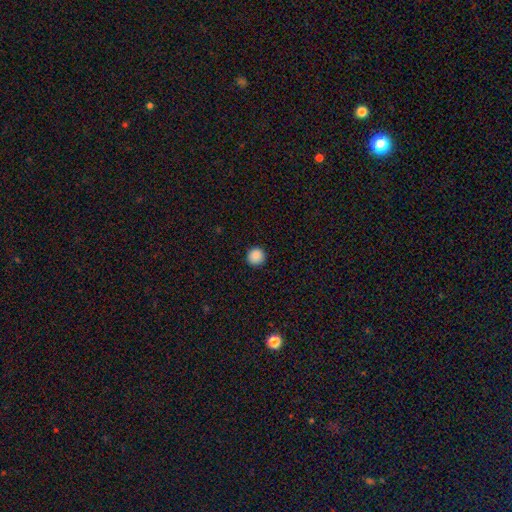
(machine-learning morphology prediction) A smooth galaxy with no disk features (89%) that is round (95%).

Vote fractions:
- Smooth or featured? smooth: 89% / star or artifact: 9% / featured or disk: 2%
- How rounded? round: 95% / in between: 4% / cigar-shaped: 1%
- Merging? none: 92% / minor disturbance: 5% / major disturbance: 2% / merger: 1%